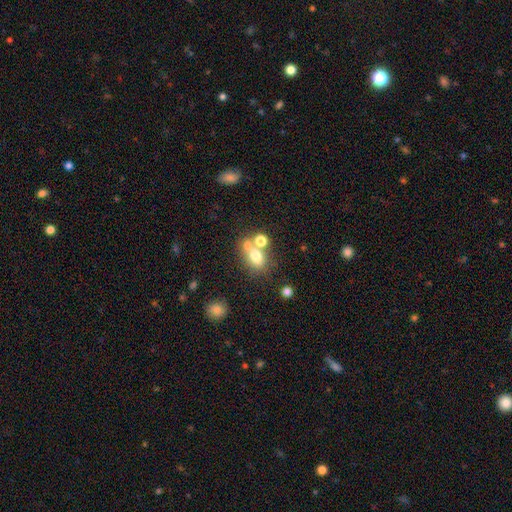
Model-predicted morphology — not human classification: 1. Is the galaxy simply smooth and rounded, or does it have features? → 69% smooth, 16% featured or disk, 14% star or artifact.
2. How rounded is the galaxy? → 62% in between, 36% round, 2% cigar-shaped.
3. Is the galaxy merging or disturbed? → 45% none, 37% merger, 11% minor disturbance, 6% major disturbance.